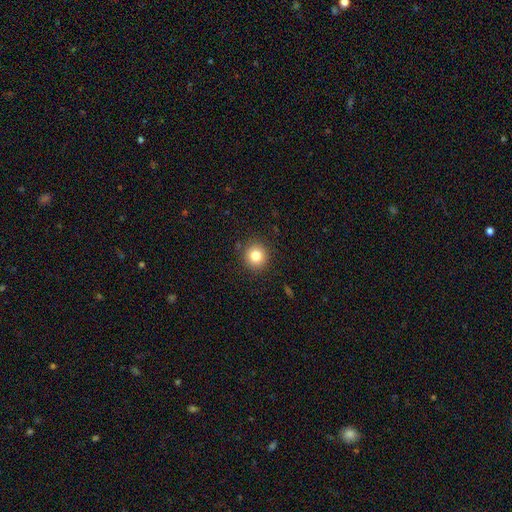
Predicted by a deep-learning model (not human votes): Smooth or featured? smooth (82%)
How rounded? round (91%)
Merging? none (90%)